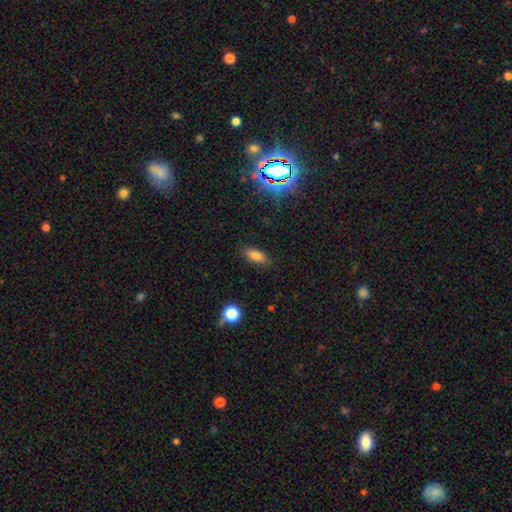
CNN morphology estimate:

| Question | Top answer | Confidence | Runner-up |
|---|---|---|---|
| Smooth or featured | smooth | 79% | star or artifact (13%) |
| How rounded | in between | 81% | cigar-shaped (15%) |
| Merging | none | 84% | minor disturbance (11%) |